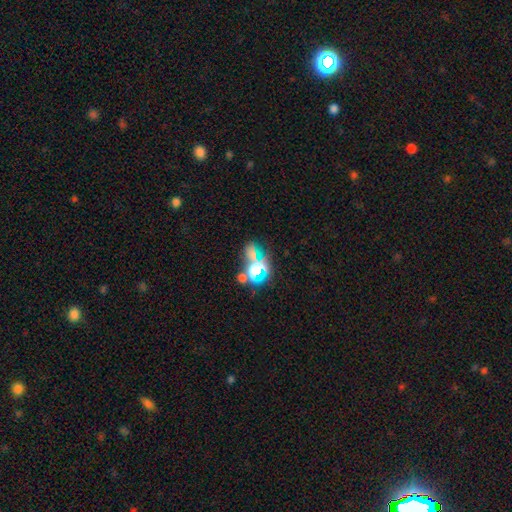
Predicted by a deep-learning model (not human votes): Smooth or featured: star or artifact — 57% (smooth — 31%)